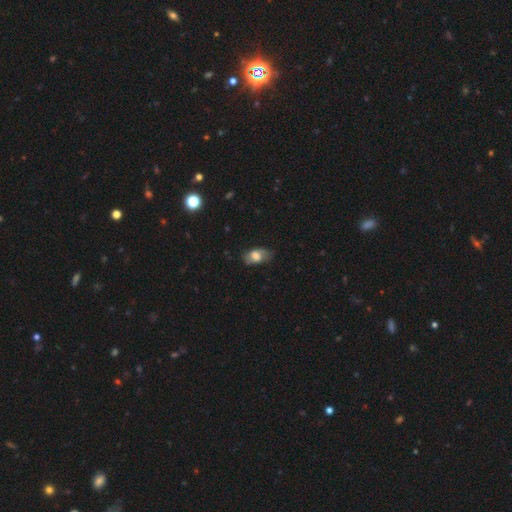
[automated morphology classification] Overall: smooth (61%; featured or disk 31%). How rounded: in between (89%). Merging: none (67%).